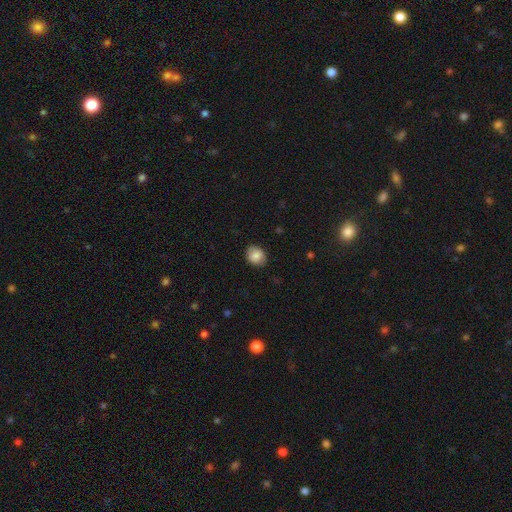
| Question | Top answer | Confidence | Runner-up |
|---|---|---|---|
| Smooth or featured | smooth | 95% | featured or disk (3%) |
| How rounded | in between | 57% | round (43%) |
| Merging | none | 83% | minor disturbance (11%) |